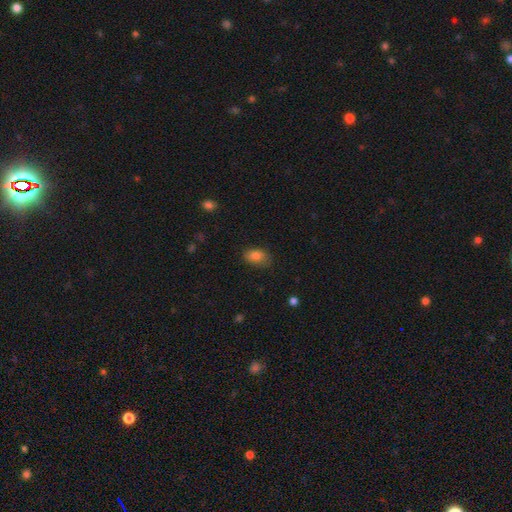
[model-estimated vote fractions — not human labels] smooth-or-featured: smooth: 85% | star or artifact: 9% | featured or disk: 6%
  how-rounded: in between: 86% | round: 12% | cigar-shaped: 2%
  merging: none: 72% | minor disturbance: 22% | major disturbance: 6% | merger: 1%